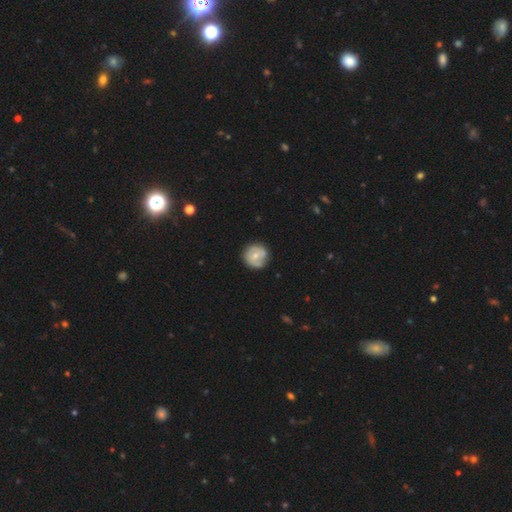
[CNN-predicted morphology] This appears to be a featured or disk galaxy (61%) with no bar (60%), spiral arms (78%) and a moderate central bulge (55%). Merging: none (77%).